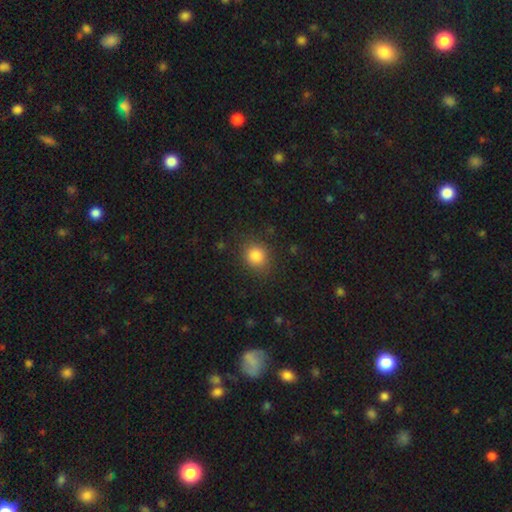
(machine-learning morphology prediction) A smooth galaxy with no disk features (85%) that is round (77%).

Vote fractions:
- Smooth or featured? smooth: 85% / star or artifact: 11% / featured or disk: 4%
- How rounded? round: 77% / in between: 22% / cigar-shaped: 1%
- Merging? none: 85% / minor disturbance: 10% / major disturbance: 4% / merger: 1%